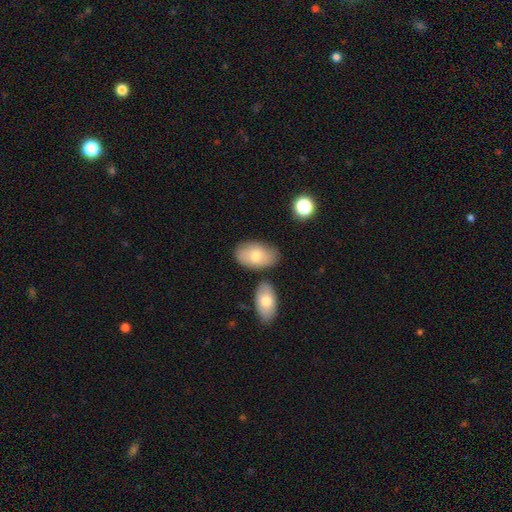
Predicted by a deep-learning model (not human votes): Smooth or featured? Predicted: smooth (p=0.71). How rounded? Predicted: in between (p=0.93). Merging? Predicted: none (p=0.70).